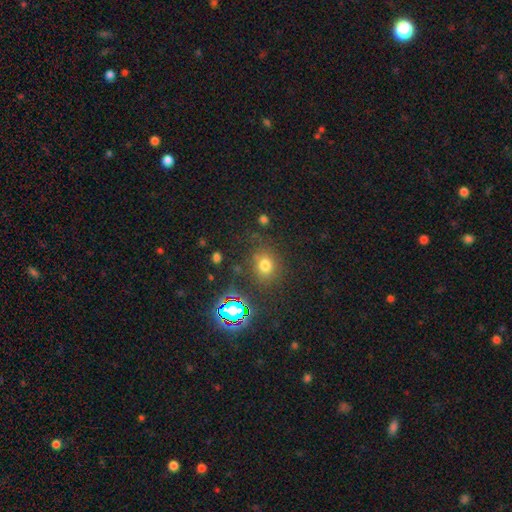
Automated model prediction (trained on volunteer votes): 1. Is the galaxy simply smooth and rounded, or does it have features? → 47% smooth, 45% star or artifact, 7% featured or disk.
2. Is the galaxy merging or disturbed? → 83% none, 8% minor disturbance, 5% merger, 3% major disturbance.